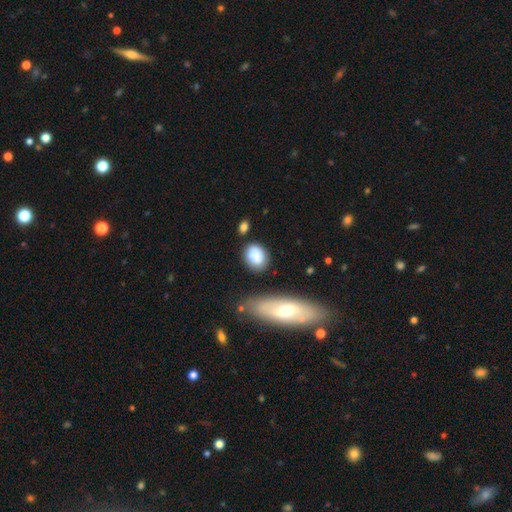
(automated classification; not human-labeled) Overall: smooth (83%). How rounded: in between (60%; round 38%). Merging: none (69%).